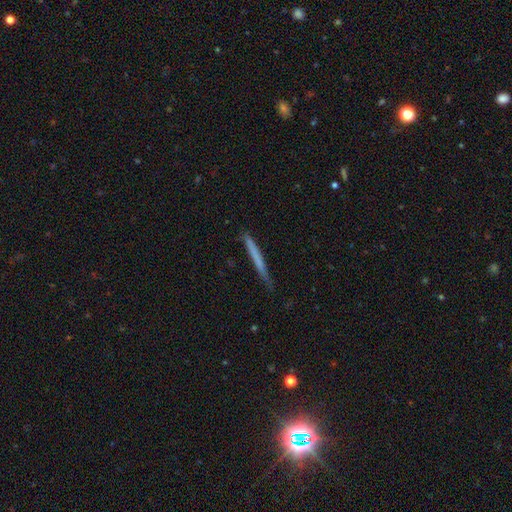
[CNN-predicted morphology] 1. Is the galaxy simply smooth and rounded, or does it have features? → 58% smooth, 36% featured or disk, 6% star or artifact.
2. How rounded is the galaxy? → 97% cigar-shaped, 2% in between, 1% round.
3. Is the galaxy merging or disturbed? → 82% none, 15% minor disturbance, 2% major disturbance, 1% merger.